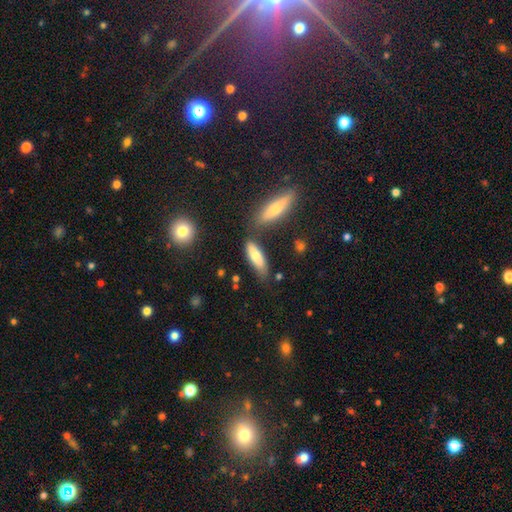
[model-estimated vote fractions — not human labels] A smooth galaxy with no disk features (74%) that is in between round and cigar-shaped (50%).

Vote fractions:
- Smooth or featured? smooth: 74% / featured or disk: 18% / star or artifact: 8%
- How rounded? in between: 50% / cigar-shaped: 48% / round: 2%
- Merging? none: 65% / minor disturbance: 17% / merger: 13% / major disturbance: 5%